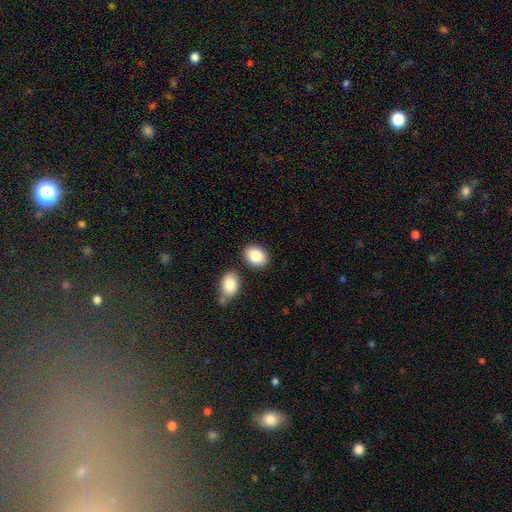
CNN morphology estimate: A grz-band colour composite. It shows a smooth galaxy with no disk features (86%) that is in between round and cigar-shaped (78%). Merging: none (75%).